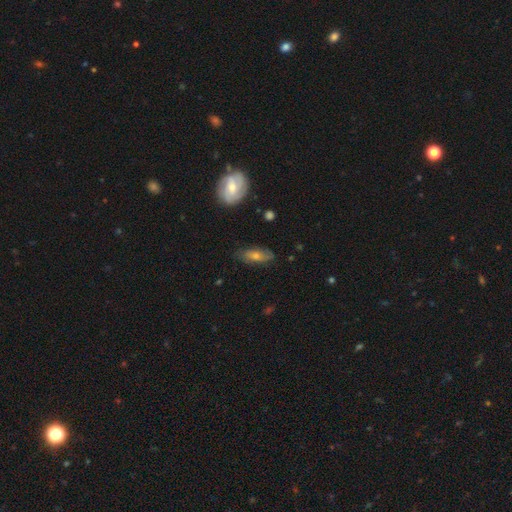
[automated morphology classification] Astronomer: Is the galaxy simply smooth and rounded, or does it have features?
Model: smooth — 49% (runner-up: featured or disk, 41%).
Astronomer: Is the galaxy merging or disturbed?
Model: none — 77%.